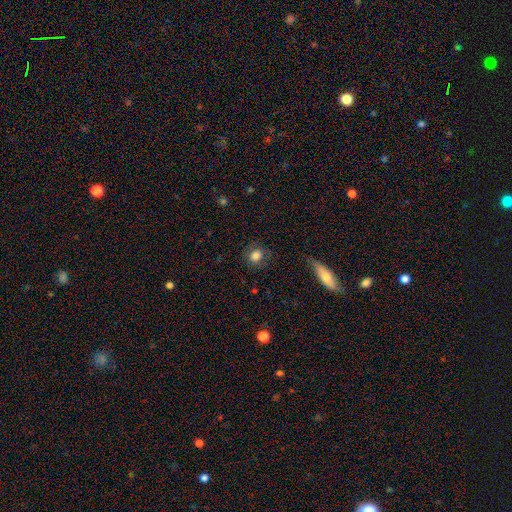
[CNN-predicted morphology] Smooth or featured? Predicted: smooth (p=0.81). How rounded? Predicted: round (p=0.75). Merging? Predicted: none (p=0.77).